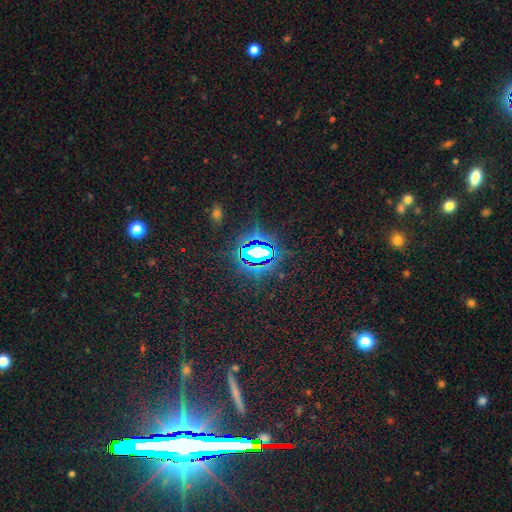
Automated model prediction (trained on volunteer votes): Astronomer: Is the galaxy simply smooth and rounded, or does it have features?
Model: star or artifact — 79%.